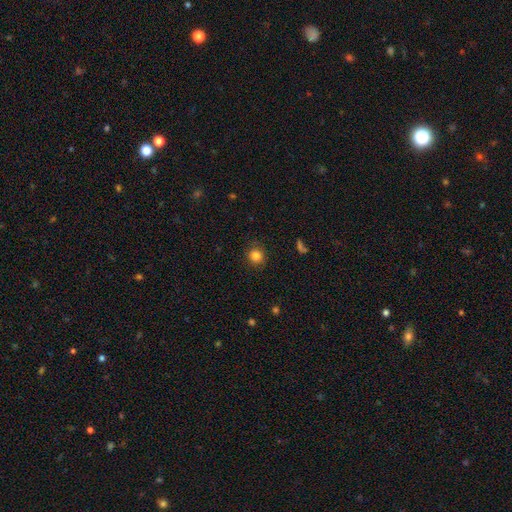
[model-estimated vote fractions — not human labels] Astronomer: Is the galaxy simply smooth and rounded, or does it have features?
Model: smooth — 83%.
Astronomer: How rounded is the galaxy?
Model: round — 86%.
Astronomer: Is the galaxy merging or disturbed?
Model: none — 87%.